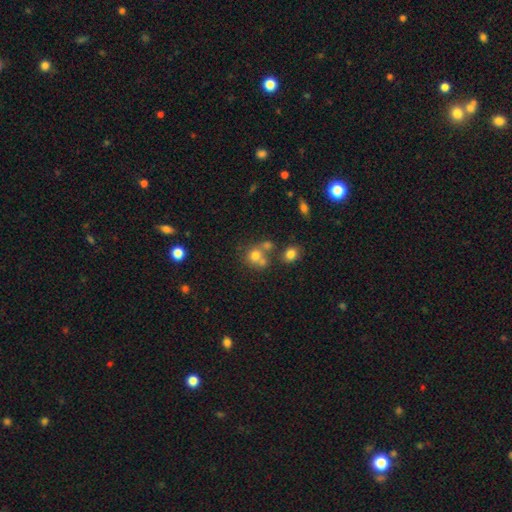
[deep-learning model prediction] Q: Smooth or featured?
A: smooth (71%); runner-up: star or artifact (15%)
Q: How rounded?
A: round (79%); runner-up: in between (20%)
Q: Merging?
A: none (45%); runner-up: merger (38%)